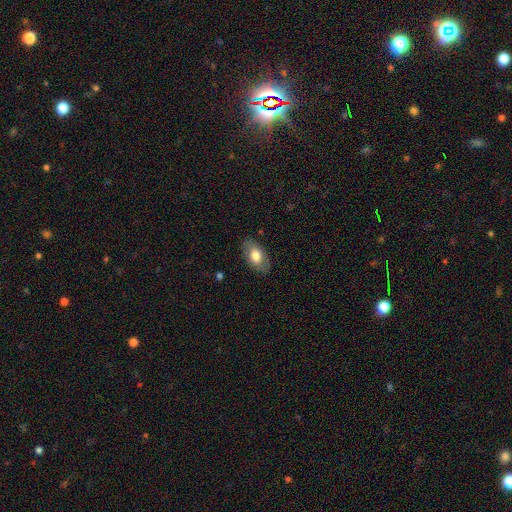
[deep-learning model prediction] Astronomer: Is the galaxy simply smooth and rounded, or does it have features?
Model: smooth — 71%.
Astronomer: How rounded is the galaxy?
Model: in between — 92%.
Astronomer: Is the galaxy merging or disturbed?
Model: none — 83%.